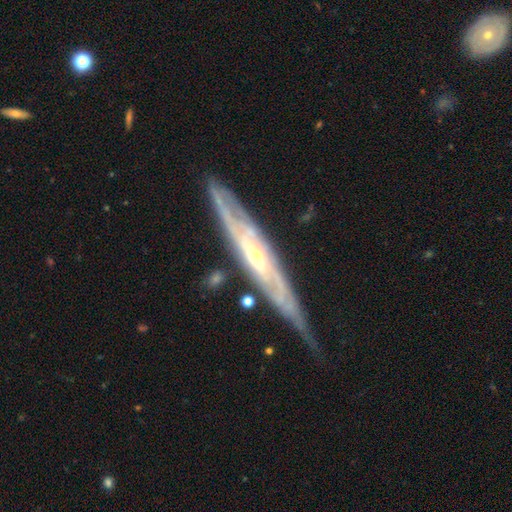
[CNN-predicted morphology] Smooth or featured?
  - featured or disk: 86% *
  - smooth: 9%
  - star or artifact: 5%
Edge-on disk?
  - yes: 51% *
  - no: 49%
Merging?
  - none: 70% *
  - minor disturbance: 22%
  - major disturbance: 6%
  - merger: 3%